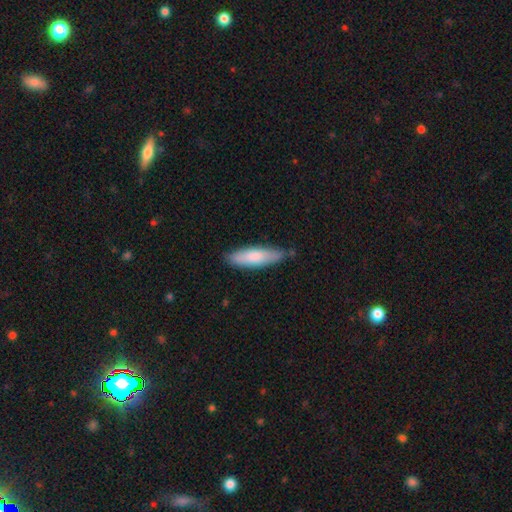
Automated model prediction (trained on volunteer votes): Smooth or featured: smooth — 78% (featured or disk — 17%)
How rounded: cigar-shaped — 59% (in between — 39%)
Merging: none — 78% (minor disturbance — 17%)